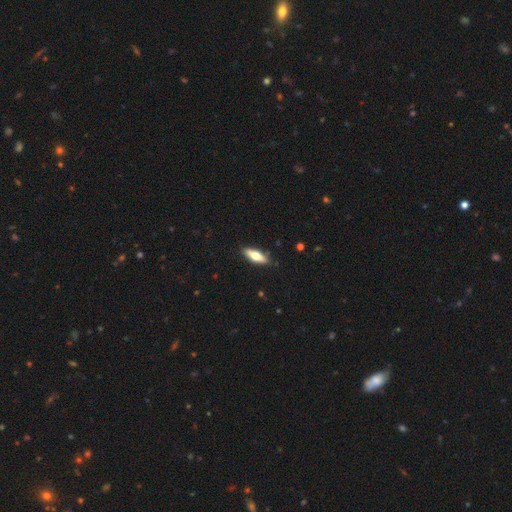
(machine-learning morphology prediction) This is possibly a smooth galaxy (58%). How rounded: possibly in between (53%). Merging: clearly none (88%).